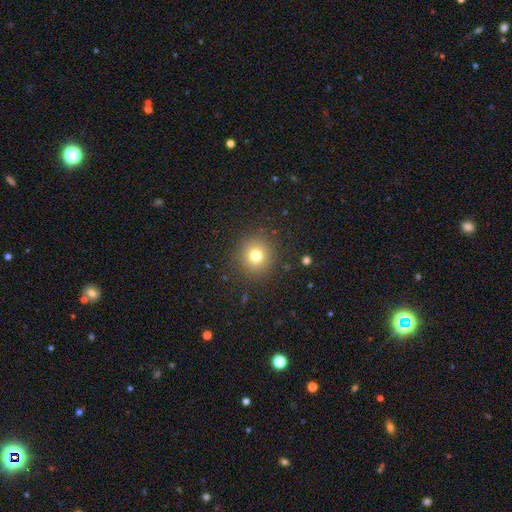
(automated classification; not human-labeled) Morphology: type=smooth (76%); roundness=round (93%); merging=none (89%).